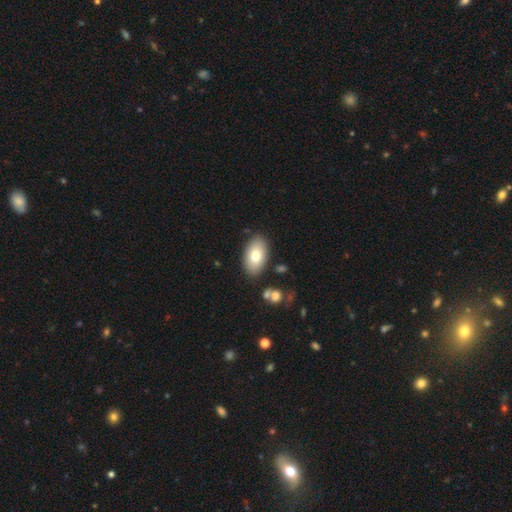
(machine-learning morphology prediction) Q: Smooth or featured?
A: smooth (77%); runner-up: featured or disk (16%)
Q: How rounded?
A: in between (94%); runner-up: round (5%)
Q: Merging?
A: none (84%); runner-up: minor disturbance (11%)